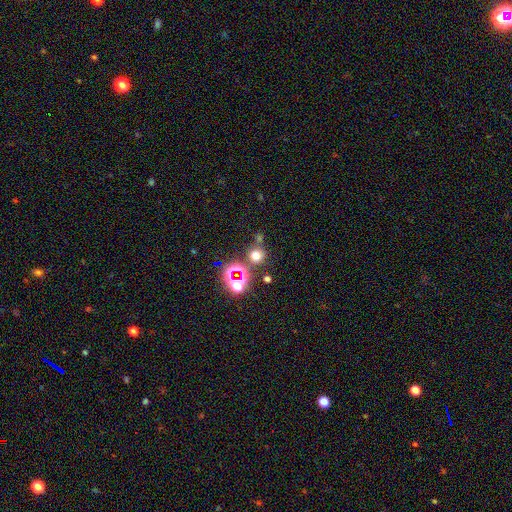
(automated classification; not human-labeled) This appears to be a smooth galaxy with no disk features (62%) that is round (91%). Merging: none (75%).